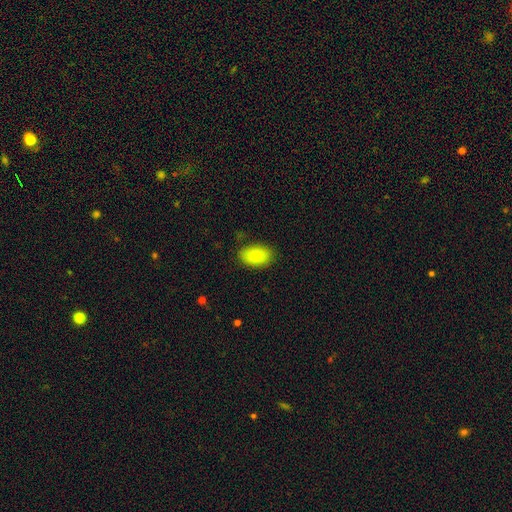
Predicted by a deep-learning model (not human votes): Smooth or featured?
  - smooth: 90% *
  - star or artifact: 7%
  - featured or disk: 4%
How rounded?
  - in between: 92% *
  - round: 7%
  - cigar-shaped: 1%
Merging?
  - none: 84% *
  - minor disturbance: 12%
  - major disturbance: 3%
  - merger: 1%